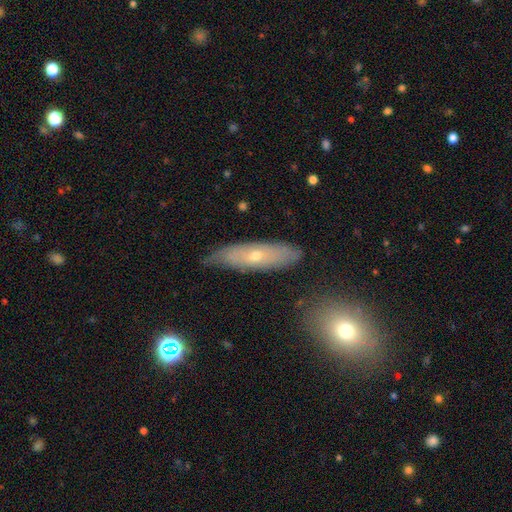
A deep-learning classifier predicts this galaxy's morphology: This is possibly a featured or disk galaxy (48%). Merging: likely none (71%).